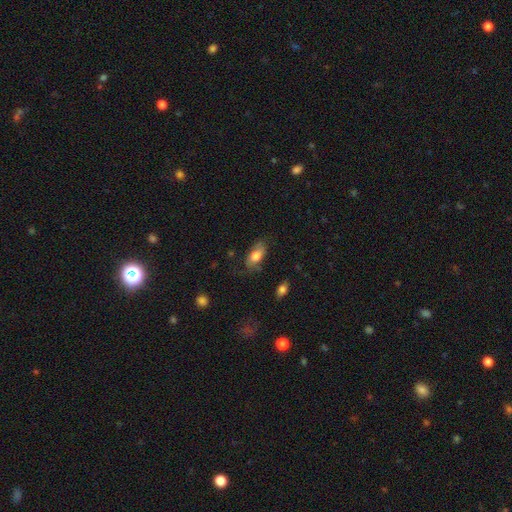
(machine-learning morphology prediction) This appears to be a smooth galaxy with no disk features (70%) that is in between round and cigar-shaped (89%). Merging: none (65%).